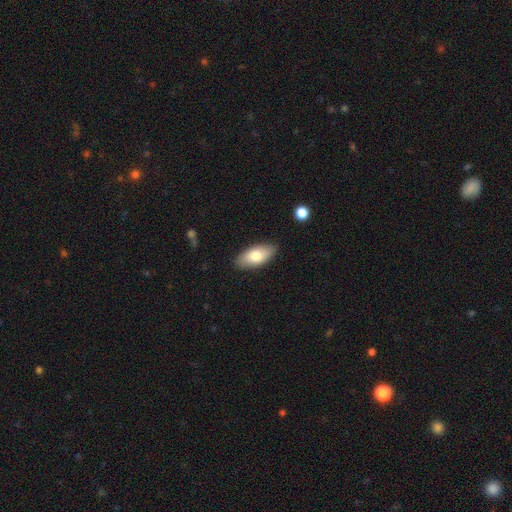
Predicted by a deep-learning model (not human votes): A smooth galaxy with no disk features (76%) that is in between round and cigar-shaped (90%).

Vote fractions:
- Smooth or featured? smooth: 76% / featured or disk: 18% / star or artifact: 6%
- How rounded? in between: 90% / cigar-shaped: 8% / round: 2%
- Merging? none: 86% / minor disturbance: 10% / major disturbance: 2% / merger: 1%